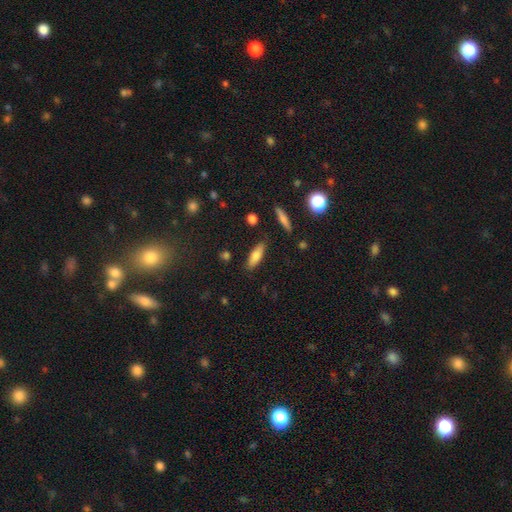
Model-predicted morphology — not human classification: smooth-or-featured: smooth: 74% | featured or disk: 18% | star or artifact: 8%
  how-rounded: in between: 51% | cigar-shaped: 47% | round: 2%
  merging: none: 83% | minor disturbance: 12% | major disturbance: 3% | merger: 3%